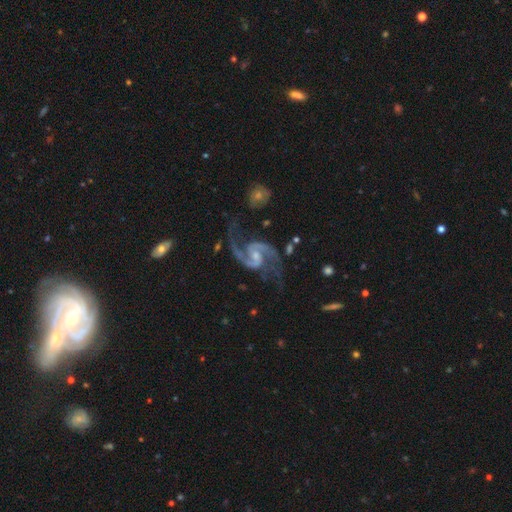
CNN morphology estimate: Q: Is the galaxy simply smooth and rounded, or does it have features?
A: featured or disk — 94%.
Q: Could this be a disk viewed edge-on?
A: no — 98%.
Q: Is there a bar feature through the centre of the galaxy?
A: weak — 47%.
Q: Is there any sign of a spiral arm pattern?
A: yes — 98%.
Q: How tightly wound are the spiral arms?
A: medium — 50%.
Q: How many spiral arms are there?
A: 2 — 94%.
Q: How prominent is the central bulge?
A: small — 45%.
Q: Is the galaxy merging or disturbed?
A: none — 63%.